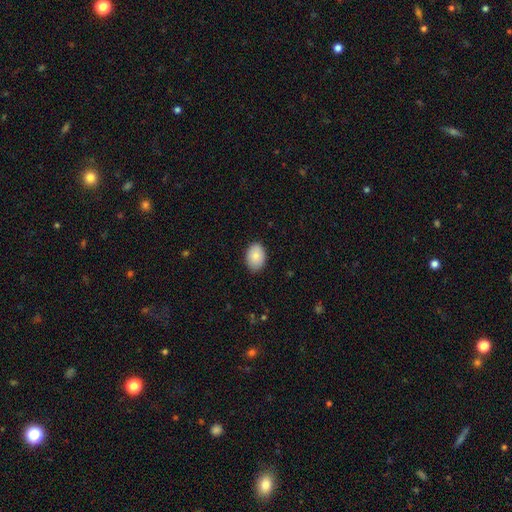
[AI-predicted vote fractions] This appears to be a smooth galaxy with no disk features (81%) that is in between round and cigar-shaped (78%). Merging: none (85%).